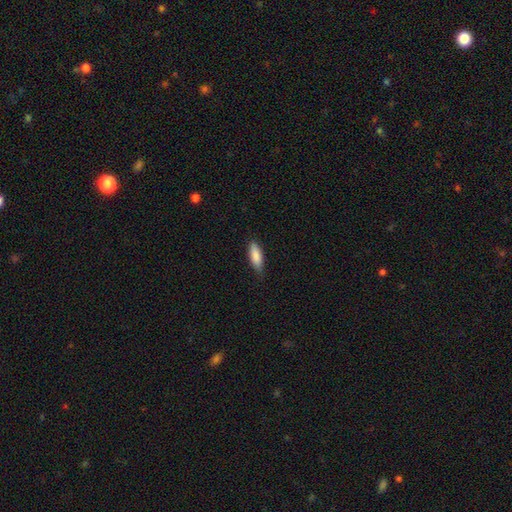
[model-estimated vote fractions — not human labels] Smooth or featured? smooth (86%)
How rounded? in between (62%)
Merging? none (81%)